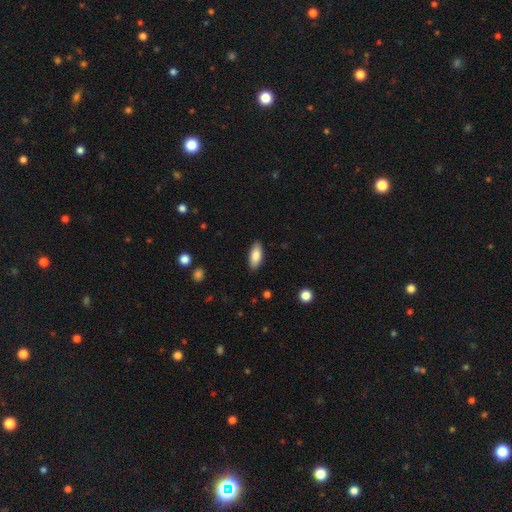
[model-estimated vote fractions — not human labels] smooth 85%, featured or disk 9%, star or artifact 6%. Down the decision tree: how rounded — in between (83%); merging — none (88%).